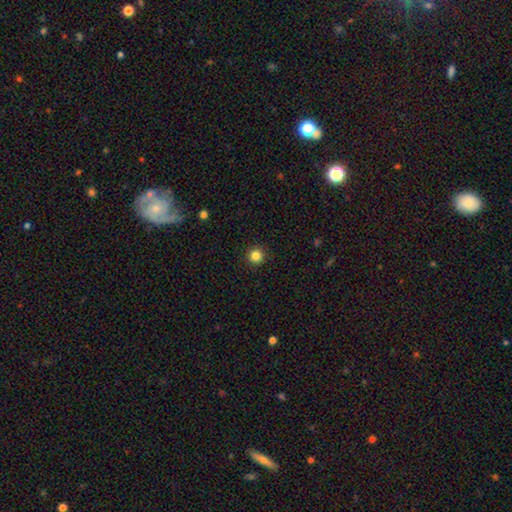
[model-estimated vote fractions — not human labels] A smooth galaxy with no disk features (84%) that is round (96%). Merging: none (93%).